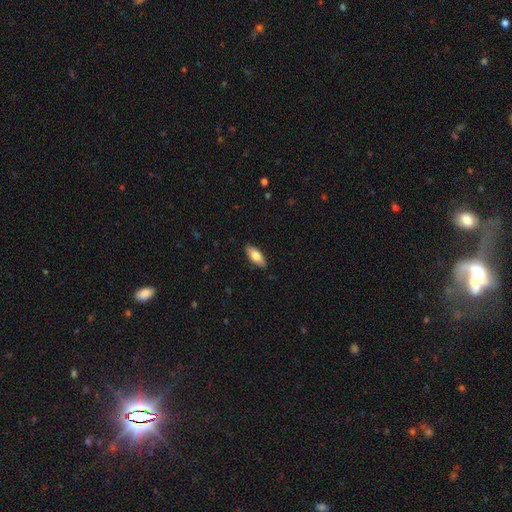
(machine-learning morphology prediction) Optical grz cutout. It shows a smooth galaxy with no disk features (76%) that is in between round and cigar-shaped (82%). Merging: none (87%).